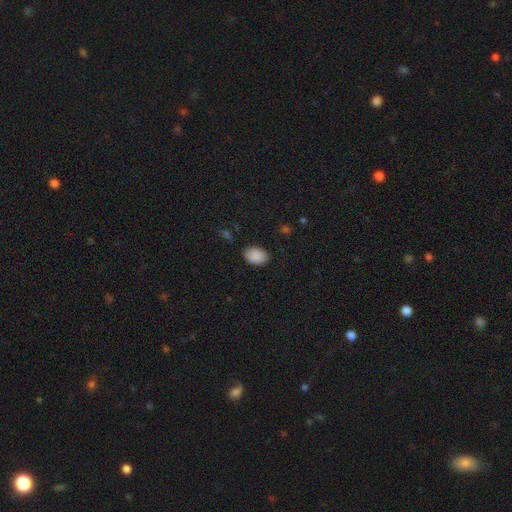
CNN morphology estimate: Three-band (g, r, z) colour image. It shows a smooth galaxy with no disk features (89%) that is in between round and cigar-shaped (80%). Merging: none (85%).